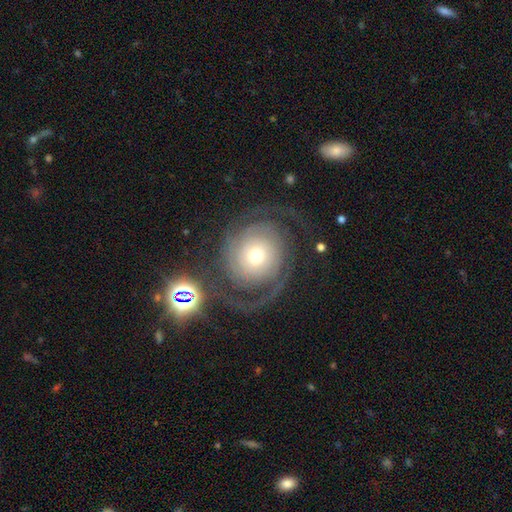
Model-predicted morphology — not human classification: Smooth or featured? featured or disk (82%)
Edge-on disk? no (97%)
Bar? no (78%)
Spiral arms? yes (95%)
Spiral winding? tight (53%)
Spiral arm count? 2 (74%)
Bulge size? moderate (52%)
Merging? none (65%)